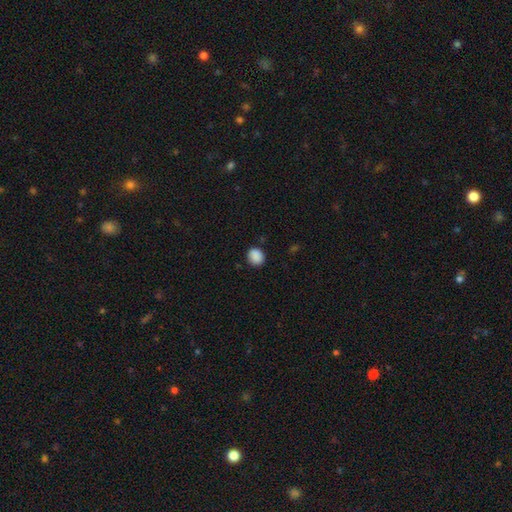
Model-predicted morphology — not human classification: This is clearly a smooth galaxy (89%). How rounded: likely round (72%). Merging: clearly none (86%).